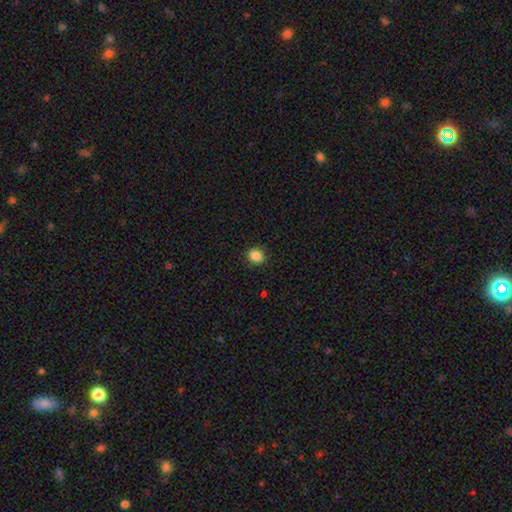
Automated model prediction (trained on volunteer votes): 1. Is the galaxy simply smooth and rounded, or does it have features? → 87% smooth, 10% star or artifact, 3% featured or disk.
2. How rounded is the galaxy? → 70% round, 29% in between, 1% cigar-shaped.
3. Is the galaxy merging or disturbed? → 90% none, 7% minor disturbance, 2% major disturbance, 1% merger.